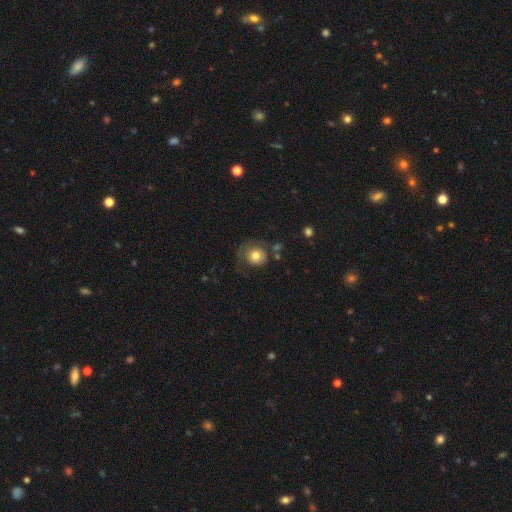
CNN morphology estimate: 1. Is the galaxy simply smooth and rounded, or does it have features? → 74% smooth, 18% featured or disk, 9% star or artifact.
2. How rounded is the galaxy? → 86% round, 13% in between, 1% cigar-shaped.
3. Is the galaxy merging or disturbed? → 51% none, 22% minor disturbance, 21% major disturbance, 6% merger.